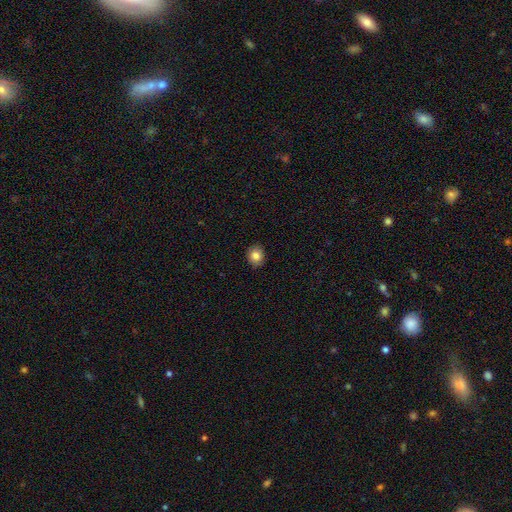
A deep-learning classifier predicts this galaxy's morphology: Overall: smooth (83%). How rounded: round (71%). Merging: none (88%).